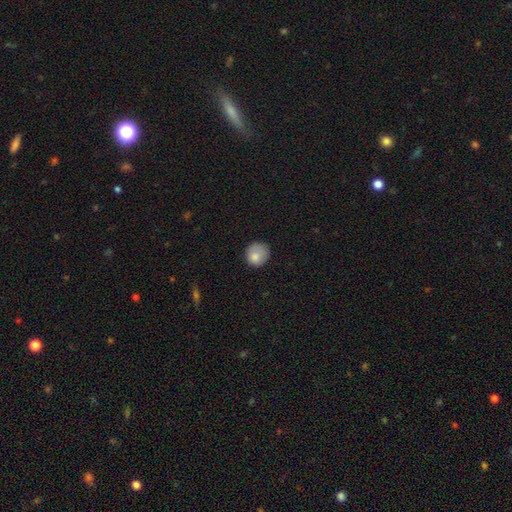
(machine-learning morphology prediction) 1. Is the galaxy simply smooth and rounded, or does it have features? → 82% smooth, 9% star or artifact, 9% featured or disk.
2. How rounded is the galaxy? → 84% round, 15% in between, 1% cigar-shaped.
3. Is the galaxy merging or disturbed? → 70% none, 22% minor disturbance, 6% major disturbance, 2% merger.